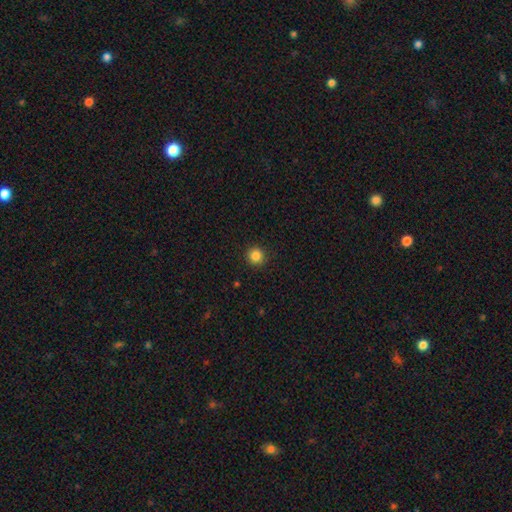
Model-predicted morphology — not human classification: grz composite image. It shows a smooth galaxy with no disk features (85%) that is round (95%). Merging: none (92%).